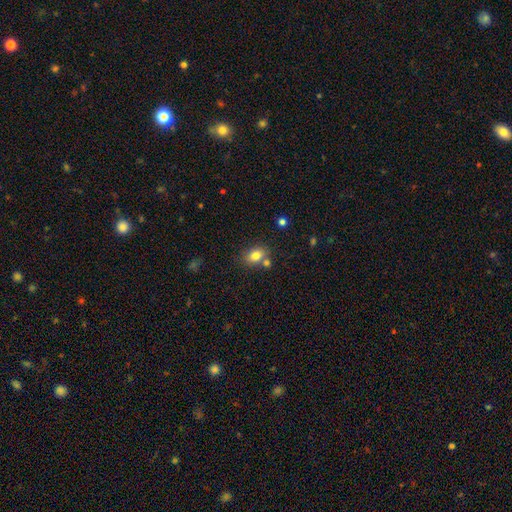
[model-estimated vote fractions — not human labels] Overall: smooth (81%). How rounded: in between (73%). Merging: none (65%).